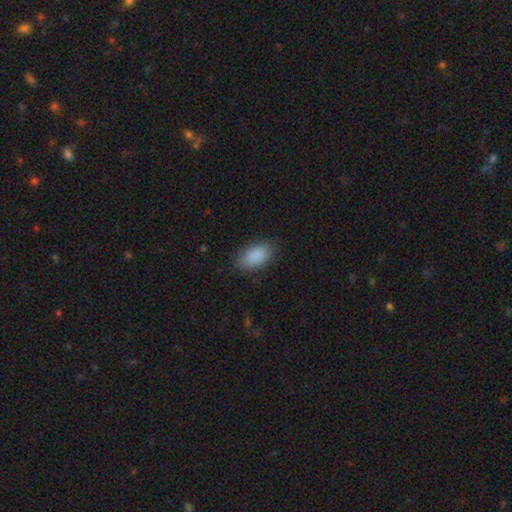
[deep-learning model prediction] Smooth or featured? Predicted: smooth (p=0.89). How rounded? Predicted: in between (p=0.93). Merging? Predicted: none (p=0.85).